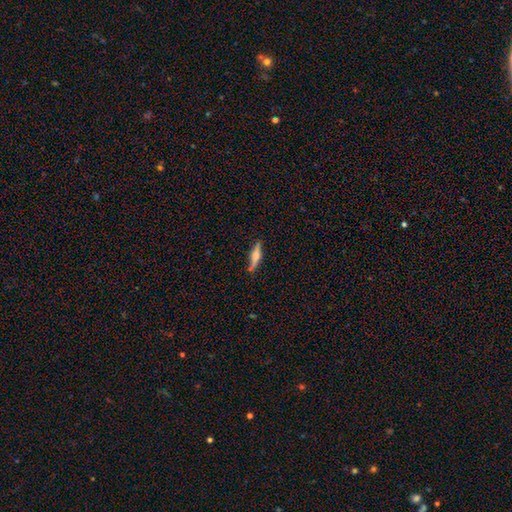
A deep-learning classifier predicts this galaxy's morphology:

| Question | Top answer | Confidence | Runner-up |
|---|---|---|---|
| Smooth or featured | featured or disk | 52% | smooth (42%) |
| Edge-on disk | yes | 95% | no (5%) |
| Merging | none | 83% | minor disturbance (13%) |